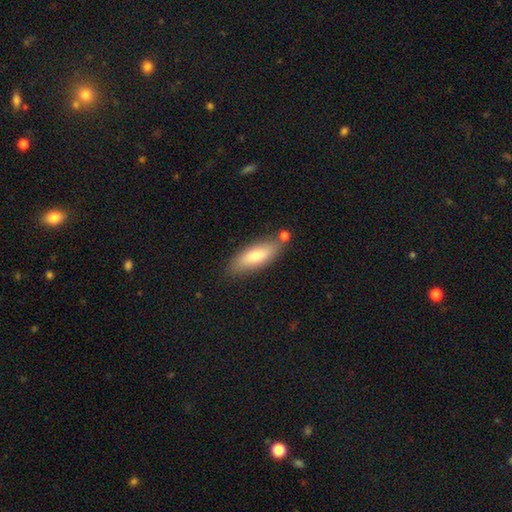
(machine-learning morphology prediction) This is likely a smooth galaxy (77%). How rounded: likely in between (61%). Merging: likely none (69%).